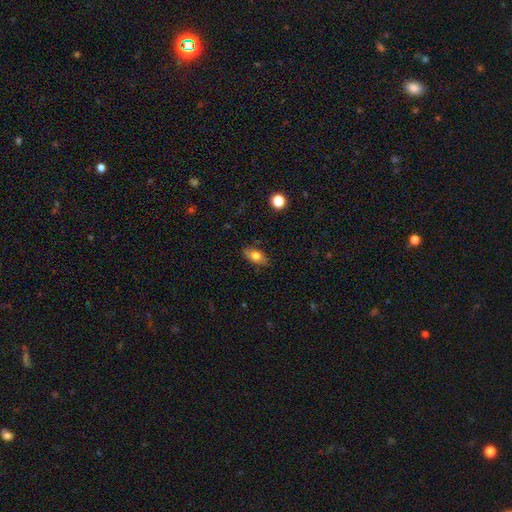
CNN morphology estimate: Smooth or featured?
  - smooth: 75% *
  - featured or disk: 17%
  - star or artifact: 8%
How rounded?
  - in between: 85% *
  - cigar-shaped: 8%
  - round: 7%
Merging?
  - none: 83% *
  - minor disturbance: 13%
  - major disturbance: 3%
  - merger: 1%